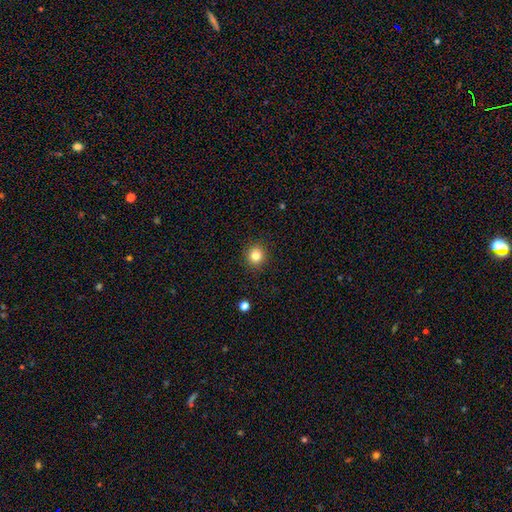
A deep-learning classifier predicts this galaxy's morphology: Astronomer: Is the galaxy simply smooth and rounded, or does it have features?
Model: smooth — 83%.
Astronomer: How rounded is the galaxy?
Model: round — 90%.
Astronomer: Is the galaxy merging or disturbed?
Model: none — 91%.